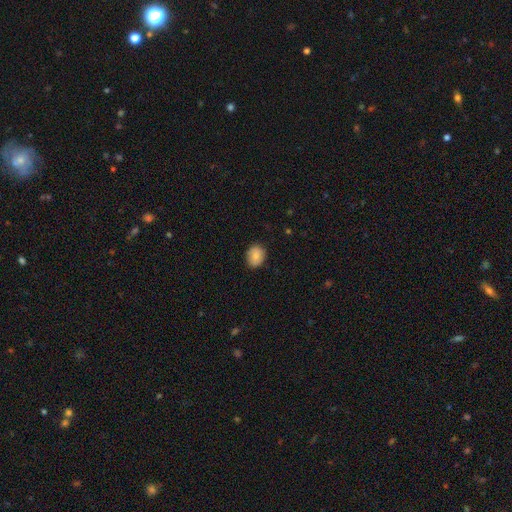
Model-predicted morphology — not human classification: smooth_or_featured: smooth (p=0.85) [alt: star or artifact p=0.08]
how_rounded: round (p=0.51) [alt: in between p=0.48]
merging: none (p=0.85) [alt: minor disturbance p=0.11]